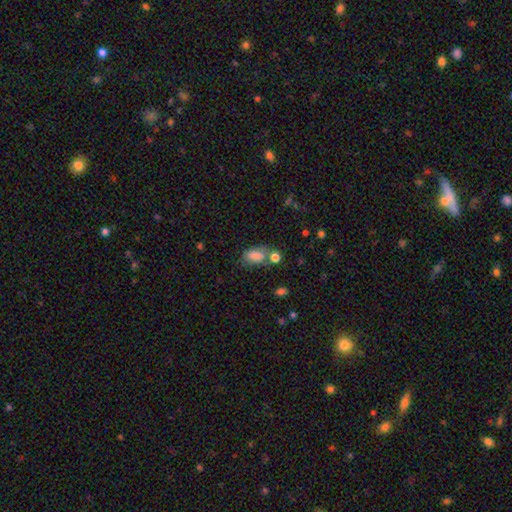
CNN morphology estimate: A smooth galaxy with no disk features (81%) that is in between round and cigar-shaped (86%). Merging: none (54%).